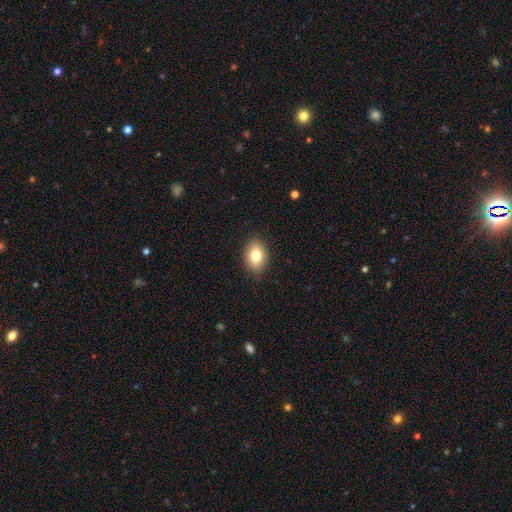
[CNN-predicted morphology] A smooth galaxy with no disk features (81%) that is in between round and cigar-shaped (81%).

Vote fractions:
- Smooth or featured? smooth: 81% / featured or disk: 10% / star or artifact: 9%
- How rounded? in between: 81% / round: 18% / cigar-shaped: 1%
- Merging? none: 87% / minor disturbance: 10% / major disturbance: 2% / merger: 1%